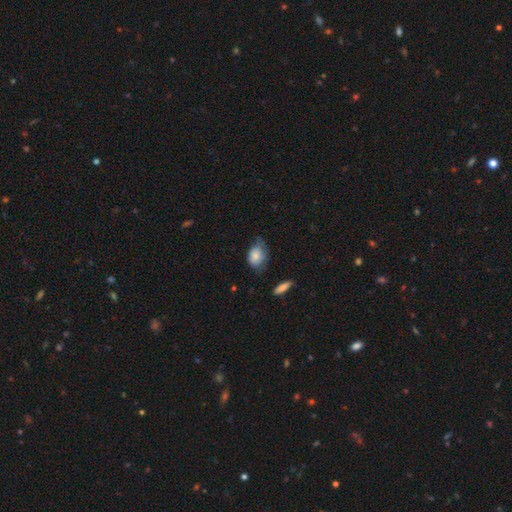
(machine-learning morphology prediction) This is likely a smooth galaxy (80%). How rounded: clearly in between (82%). Merging: marginally minor disturbance (43%).